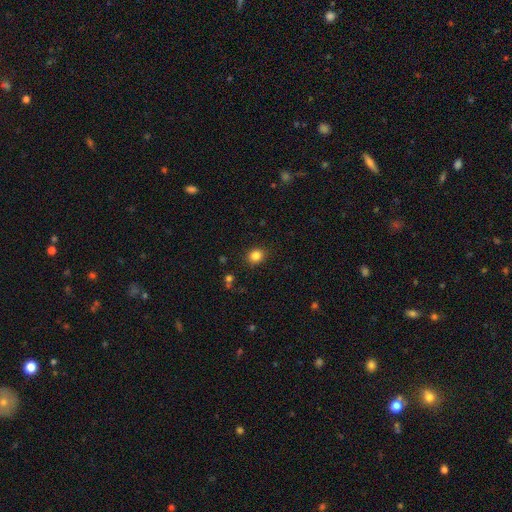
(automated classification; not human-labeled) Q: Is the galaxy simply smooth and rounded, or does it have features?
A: smooth — 84%.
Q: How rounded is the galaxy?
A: round — 69%.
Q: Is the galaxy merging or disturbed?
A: none — 89%.